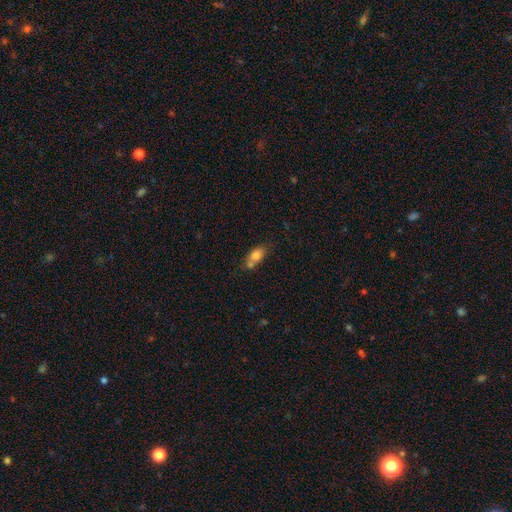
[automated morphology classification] type=smooth (76%); roundness=in between (76%); merging=merger (39%, tied with none).